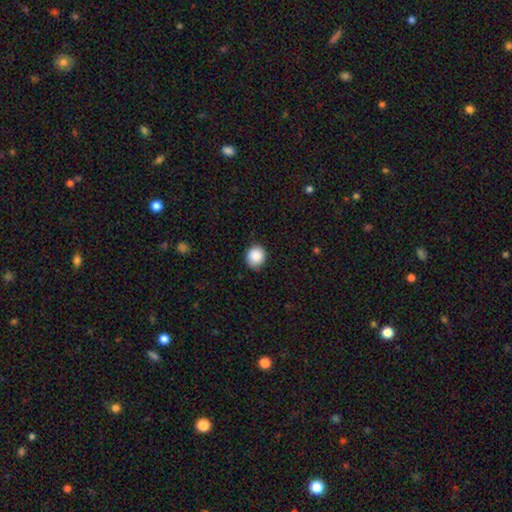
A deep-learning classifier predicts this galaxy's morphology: This appears to be a smooth galaxy with no disk features (89%) that is round (85%). Merging: none (87%).